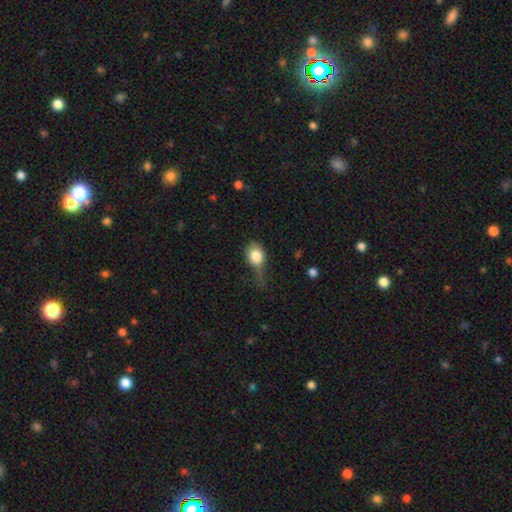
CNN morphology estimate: smooth-or-featured: smooth: 80% | featured or disk: 11% | star or artifact: 8%
  how-rounded: in between: 49% (tied) | round: 49% (tied) | cigar-shaped: 2%
  merging: minor disturbance: 38% | major disturbance: 30% | none: 28% | merger: 4%